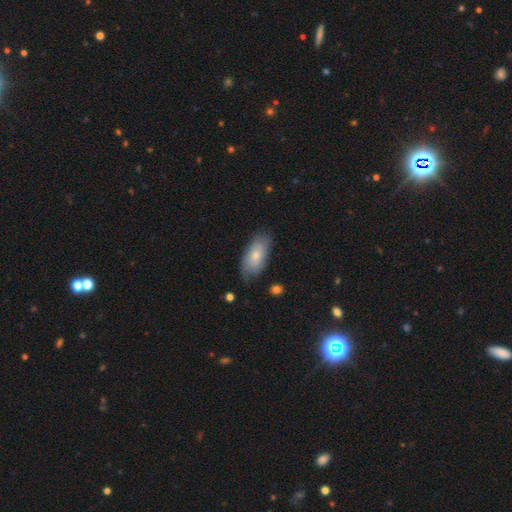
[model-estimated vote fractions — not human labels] smooth_or_featured: smooth (p=0.73) [alt: featured or disk p=0.22]
how_rounded: in between (p=0.91) [alt: cigar-shaped p=0.06]
merging: none (p=0.72) [alt: minor disturbance p=0.22]